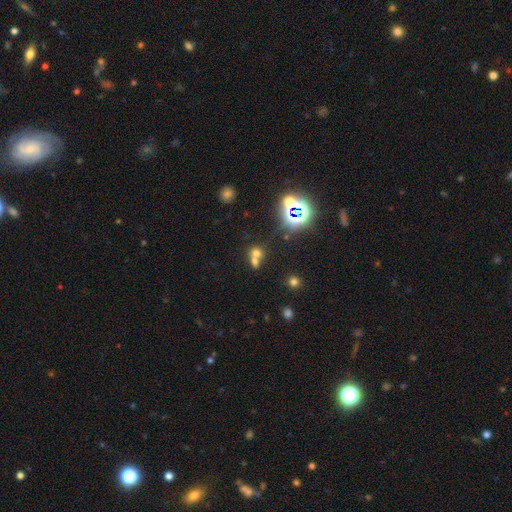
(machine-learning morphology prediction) smooth-or-featured: smooth: 58% | star or artifact: 26% | featured or disk: 15%
  how-rounded: round: 68% | in between: 30% | cigar-shaped: 2%
  merging: merger: 61% | none: 30% | minor disturbance: 6% | major disturbance: 4%